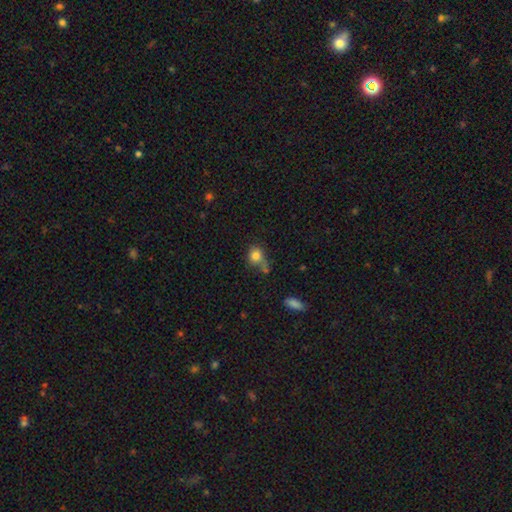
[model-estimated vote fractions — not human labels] A smooth galaxy with no disk features (80%) that is round (67%).

Vote fractions:
- Smooth or featured? smooth: 80% / star or artifact: 11% / featured or disk: 9%
- How rounded? round: 67% / in between: 32% / cigar-shaped: 2%
- Merging? none: 48% / minor disturbance: 23% / merger: 19% / major disturbance: 11%